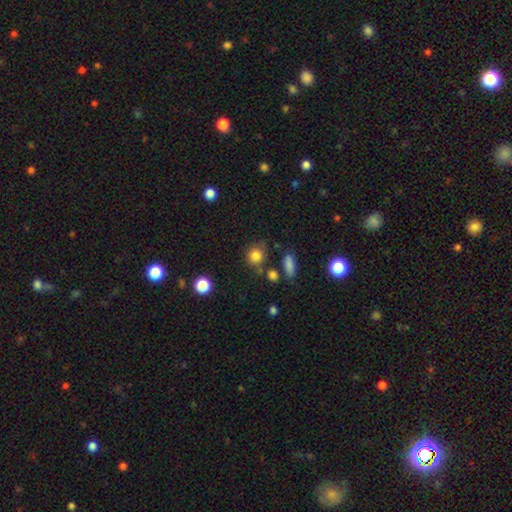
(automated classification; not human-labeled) smooth_or_featured: smooth (p=0.82) [alt: star or artifact p=0.11]
how_rounded: round (p=0.83) [alt: in between p=0.16]
merging: none (p=0.71) [alt: minor disturbance p=0.16]